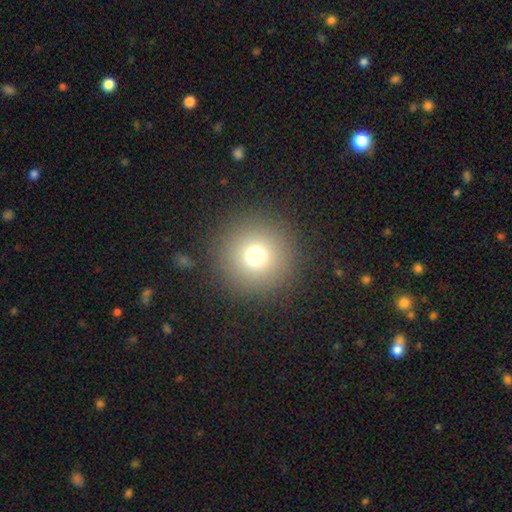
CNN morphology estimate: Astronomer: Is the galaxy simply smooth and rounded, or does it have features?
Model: smooth — 73%.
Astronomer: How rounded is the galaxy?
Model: round — 96%.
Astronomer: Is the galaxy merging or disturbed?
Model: none — 90%.